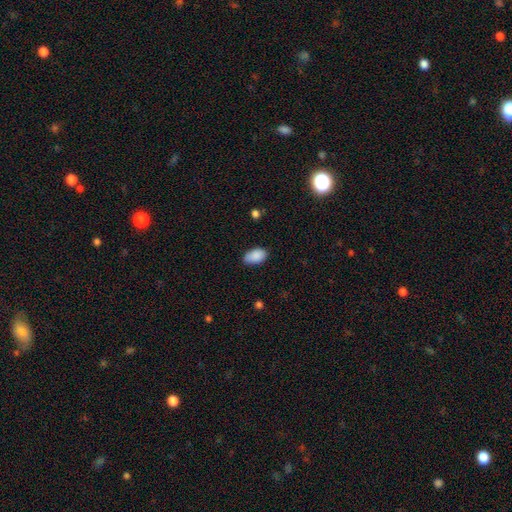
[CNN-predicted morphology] smooth-or-featured: smooth: 89% | star or artifact: 7% | featured or disk: 4%
  how-rounded: in between: 94% | round: 5% | cigar-shaped: 2%
  merging: none: 78% | minor disturbance: 18% | major disturbance: 3% | merger: 1%